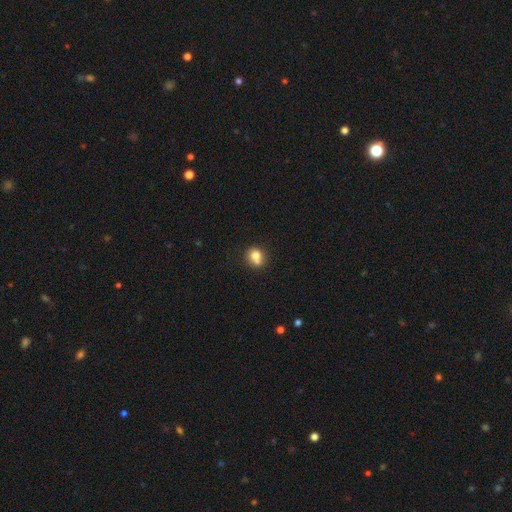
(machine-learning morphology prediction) smooth-or-featured: smooth: 76% | featured or disk: 14% | star or artifact: 10%
  how-rounded: round: 76% | in between: 23% | cigar-shaped: 1%
  merging: none: 51% | merger: 28% | minor disturbance: 16% | major disturbance: 5%